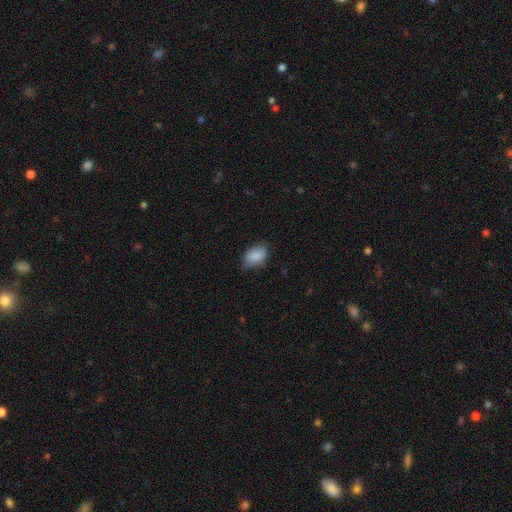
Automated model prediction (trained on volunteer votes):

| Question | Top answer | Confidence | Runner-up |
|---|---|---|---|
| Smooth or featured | smooth | 87% | star or artifact (7%) |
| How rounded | in between | 89% | round (9%) |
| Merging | none | 72% | minor disturbance (23%) |